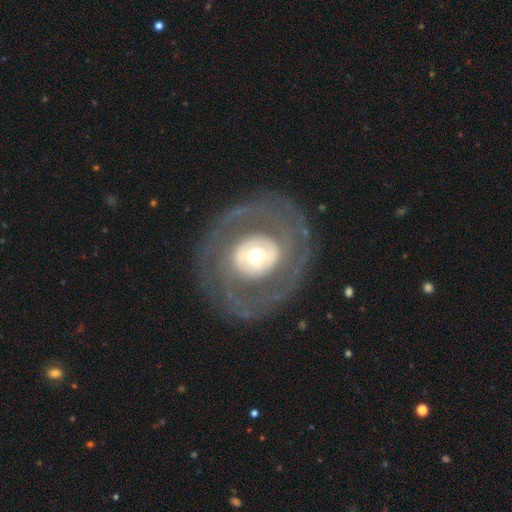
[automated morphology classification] This appears to be a featured or disk galaxy (74%) with no bar (62%), spiral arms (53%) and a moderate central bulge (60%). Merging: none (78%).